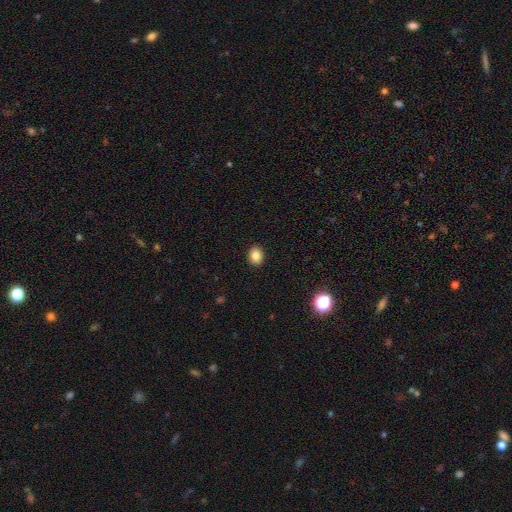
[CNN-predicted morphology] smooth_or_featured: smooth (p=0.85) [alt: star or artifact p=0.10]
how_rounded: in between (p=0.52) [alt: round p=0.48]
merging: none (p=0.91) [alt: minor disturbance p=0.06]